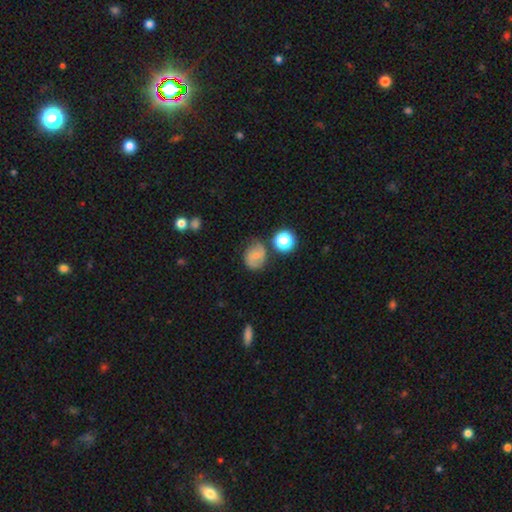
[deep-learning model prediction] Smooth or featured?
  - featured or disk: 49% *
  - smooth: 40%
  - star or artifact: 11%
Merging?
  - none: 66% *
  - minor disturbance: 22%
  - major disturbance: 7%
  - merger: 6%